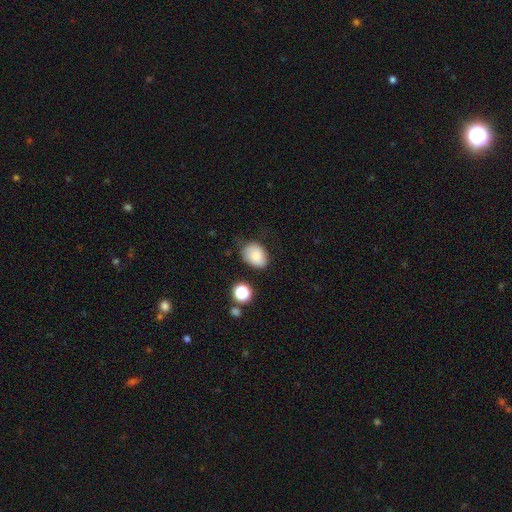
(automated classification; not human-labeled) Smooth or featured?
  - smooth: 81% *
  - featured or disk: 10%
  - star or artifact: 9%
How rounded?
  - in between: 72% *
  - round: 27%
  - cigar-shaped: 1%
Merging?
  - none: 65% *
  - minor disturbance: 26%
  - major disturbance: 6%
  - merger: 3%